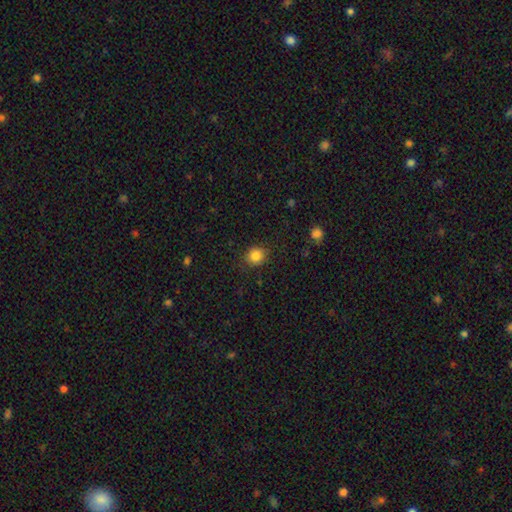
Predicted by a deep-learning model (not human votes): Smooth or featured?
  - smooth: 84% *
  - star or artifact: 11%
  - featured or disk: 5%
How rounded?
  - round: 83% *
  - in between: 17%
  - cigar-shaped: 1%
Merging?
  - none: 87% *
  - minor disturbance: 9%
  - major disturbance: 3%
  - merger: 1%